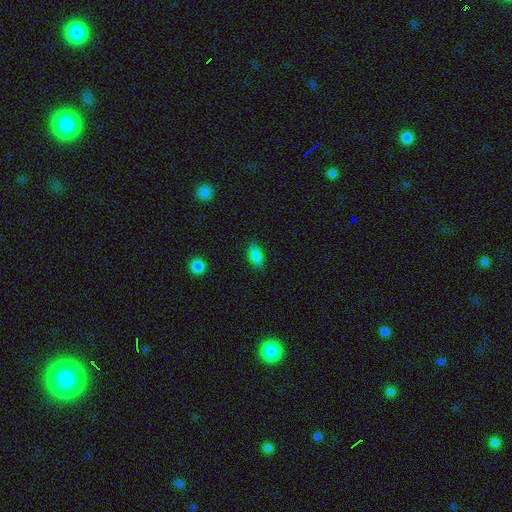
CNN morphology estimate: Smooth or featured? smooth (83%)
How rounded? in between (87%)
Merging? none (83%)